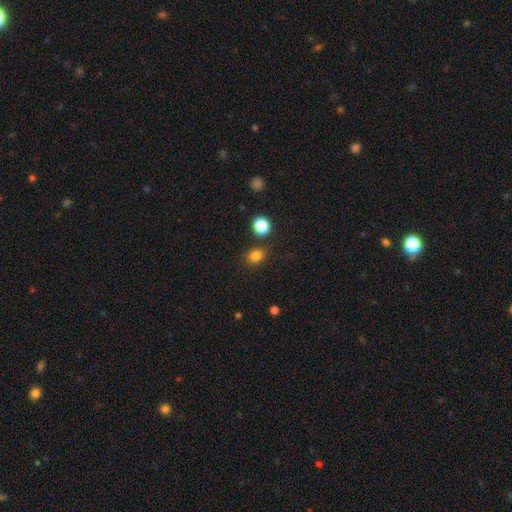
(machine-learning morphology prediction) Smooth or featured?
  - smooth: 81% *
  - star or artifact: 14%
  - featured or disk: 5%
How rounded?
  - round: 51% *
  - in between: 47%
  - cigar-shaped: 1%
Merging?
  - none: 82% *
  - minor disturbance: 10%
  - merger: 5%
  - major disturbance: 3%